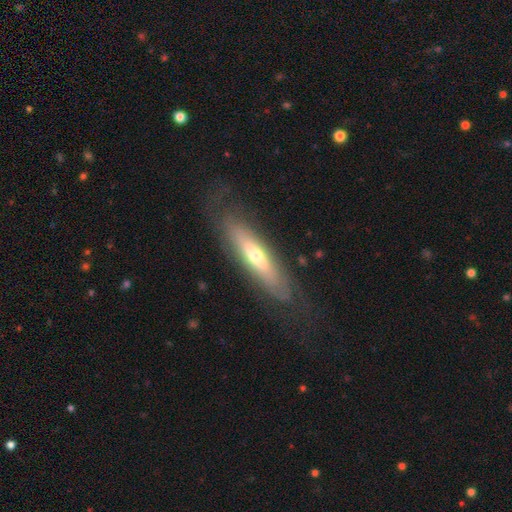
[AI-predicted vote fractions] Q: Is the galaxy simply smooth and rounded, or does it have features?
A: featured or disk — 55%.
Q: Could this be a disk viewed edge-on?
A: yes — 61%.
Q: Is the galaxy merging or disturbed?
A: none — 73%.